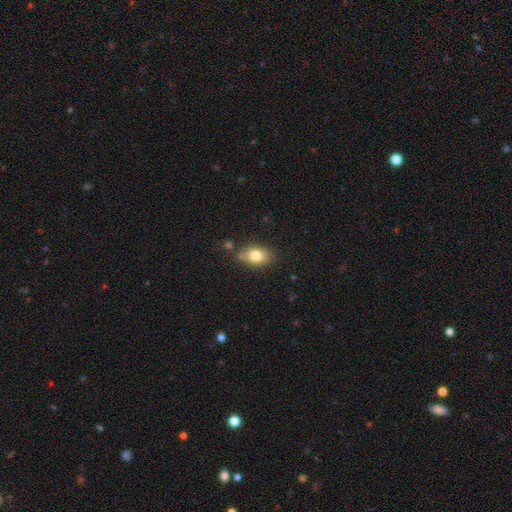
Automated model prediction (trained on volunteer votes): Smooth or featured: smooth — 81% (featured or disk — 11%)
How rounded: in between — 83% (round — 15%)
Merging: none — 73% (minor disturbance — 16%)